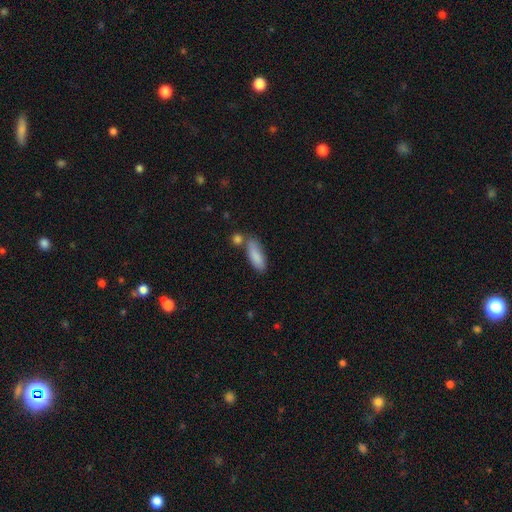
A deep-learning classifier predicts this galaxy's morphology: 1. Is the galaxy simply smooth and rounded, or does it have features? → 85% smooth, 8% featured or disk, 6% star or artifact.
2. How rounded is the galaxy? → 62% in between, 36% cigar-shaped, 2% round.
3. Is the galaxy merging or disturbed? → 60% none, 18% merger, 17% minor disturbance, 5% major disturbance.